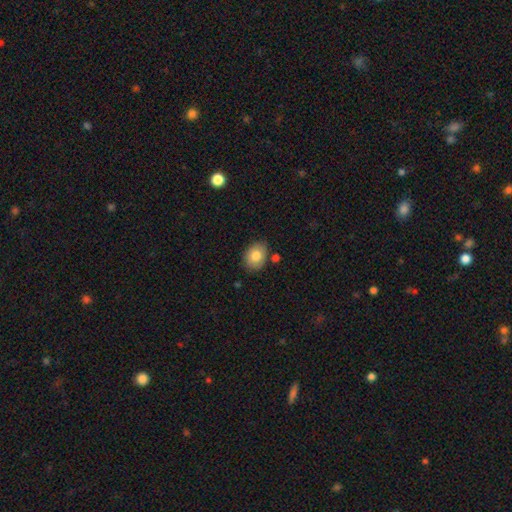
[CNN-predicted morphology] Smooth or featured? Predicted: smooth (p=0.81). How rounded? Predicted: in between (p=0.65). Merging? Predicted: none (p=0.79).